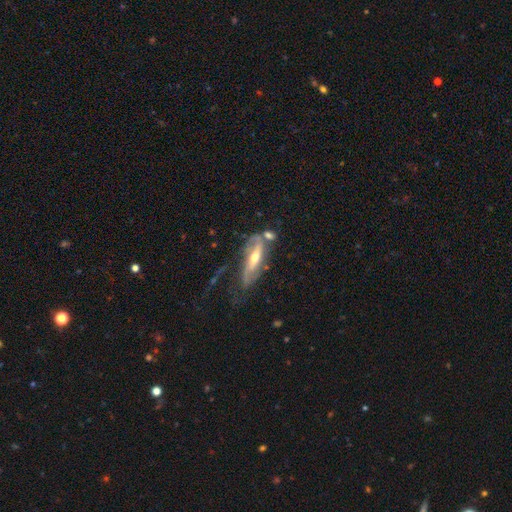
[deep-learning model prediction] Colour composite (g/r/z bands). It shows a featured or disk galaxy (77%) with no bar (44%), spiral arms (77%) and a moderate central bulge (64%). Merging: none (38%).